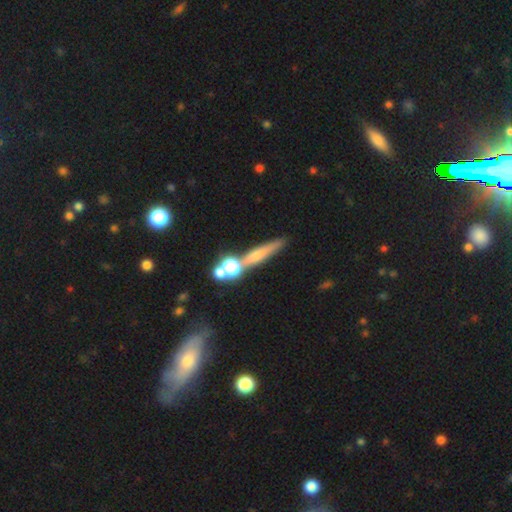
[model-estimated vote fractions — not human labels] Smooth or featured: smooth — 45% (featured or disk — 37%)
Merging: none — 68% (merger — 15%)